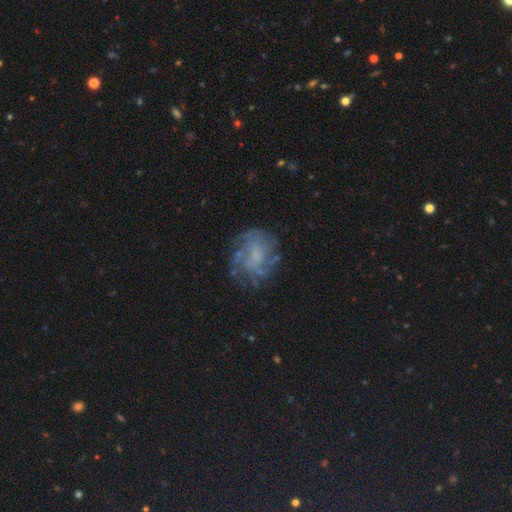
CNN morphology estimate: Q: Smooth or featured?
A: featured or disk (68%); runner-up: smooth (21%)
Q: Edge-on disk?
A: no (97%); runner-up: yes (3%)
Q: Bar?
A: no (68%); runner-up: weak (28%)
Q: Spiral arms?
A: yes (72%); runner-up: no (28%)
Q: Bulge size?
A: none (40%); runner-up: moderate (27%)
Q: Merging?
A: none (68%); runner-up: minor disturbance (17%)